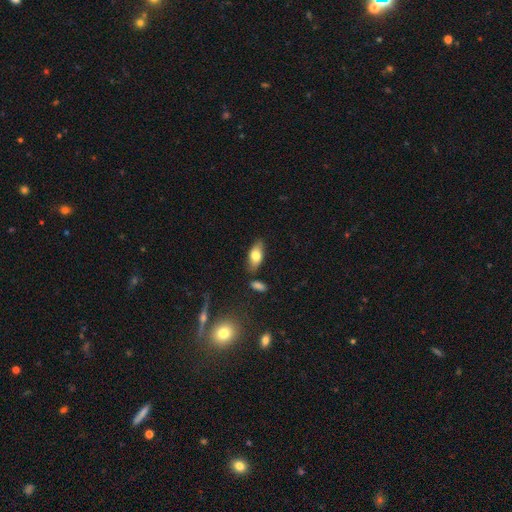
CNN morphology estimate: Smooth or featured: smooth — 71% (featured or disk — 22%)
How rounded: in between — 84% (cigar-shaped — 13%)
Merging: none — 79% (minor disturbance — 14%)